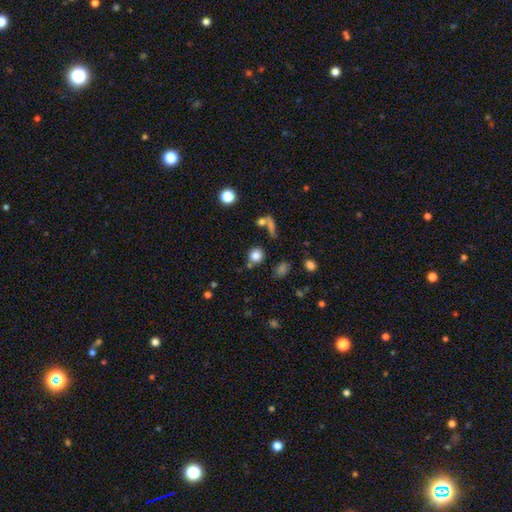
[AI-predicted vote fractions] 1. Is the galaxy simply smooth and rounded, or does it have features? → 81% smooth, 13% star or artifact, 7% featured or disk.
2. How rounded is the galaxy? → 82% round, 16% in between, 1% cigar-shaped.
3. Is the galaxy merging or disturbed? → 74% none, 11% merger, 10% minor disturbance, 5% major disturbance.